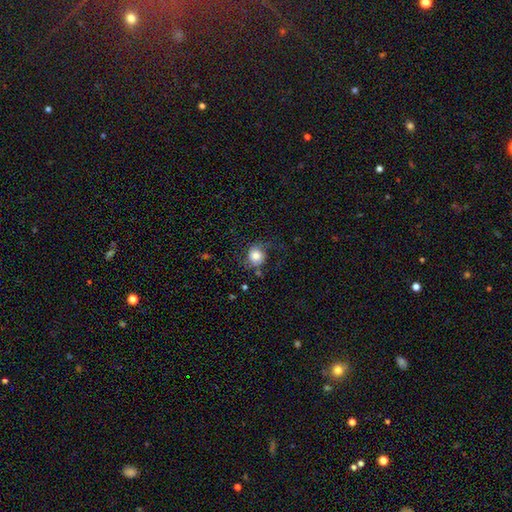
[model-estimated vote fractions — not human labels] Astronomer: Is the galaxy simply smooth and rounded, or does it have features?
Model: smooth — 68%.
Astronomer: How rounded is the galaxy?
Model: round — 79%.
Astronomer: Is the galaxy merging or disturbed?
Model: none — 59%.